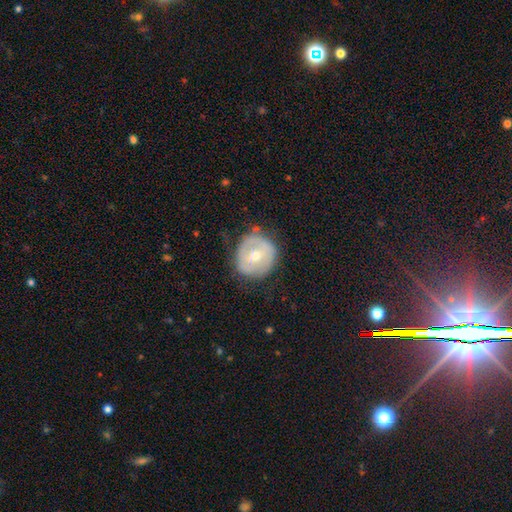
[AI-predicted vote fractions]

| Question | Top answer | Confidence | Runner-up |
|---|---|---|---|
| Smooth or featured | featured or disk | 51% | smooth (43%) |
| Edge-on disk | no | 96% | yes (4%) |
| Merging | none | 73% | minor disturbance (20%) |